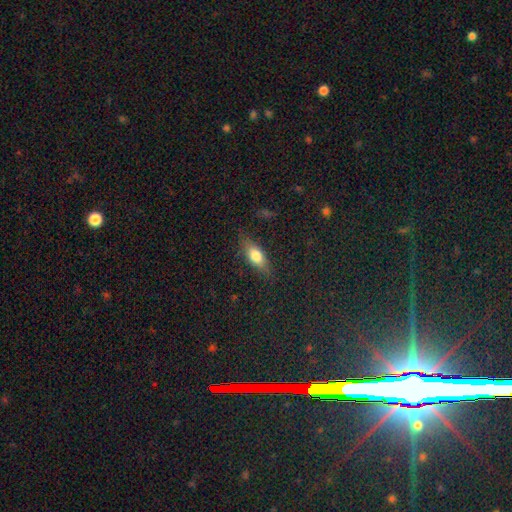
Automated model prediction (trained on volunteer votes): Overall: smooth (71%). How rounded: in between (70%). Merging: none (78%).